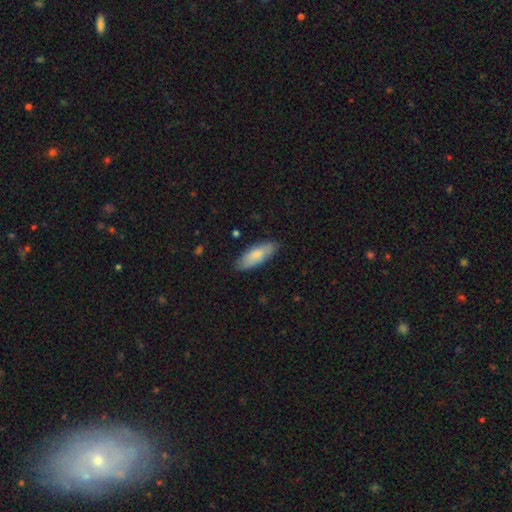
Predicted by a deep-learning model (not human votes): A smooth galaxy with no disk features (78%) that is in between round and cigar-shaped (69%). Merging: none (83%).